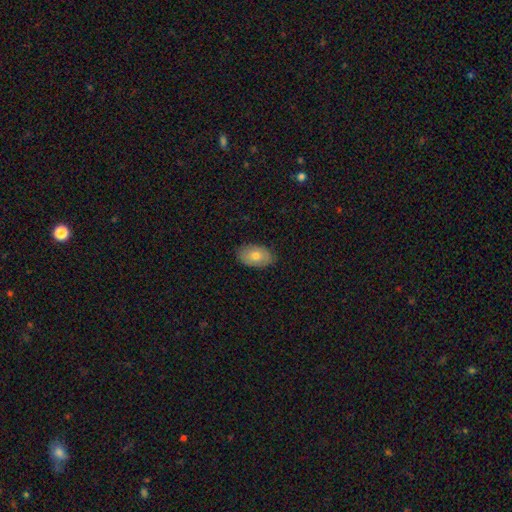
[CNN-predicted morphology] type=smooth (70%); roundness=in between (90%); merging=none (86%).